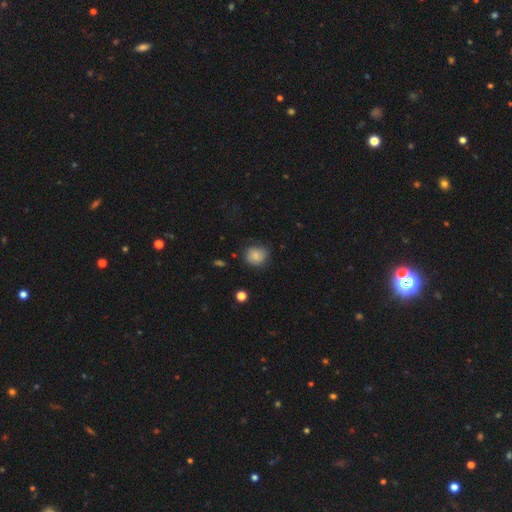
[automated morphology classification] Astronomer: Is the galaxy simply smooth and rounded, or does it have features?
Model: smooth — 80%.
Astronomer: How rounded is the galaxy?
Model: round — 78%.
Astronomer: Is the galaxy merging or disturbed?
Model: none — 73%.